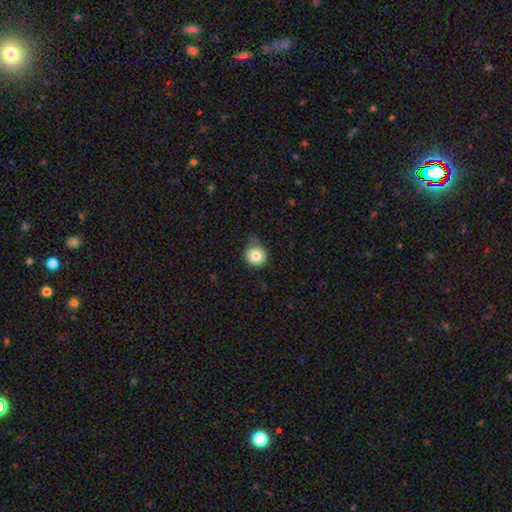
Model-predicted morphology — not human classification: The model was most divided on "merging": none: 66%, minor disturbance: 26%, major disturbance: 6%, merger: 2%. More confident: how rounded — round (91%); smooth or featured — smooth (82%).